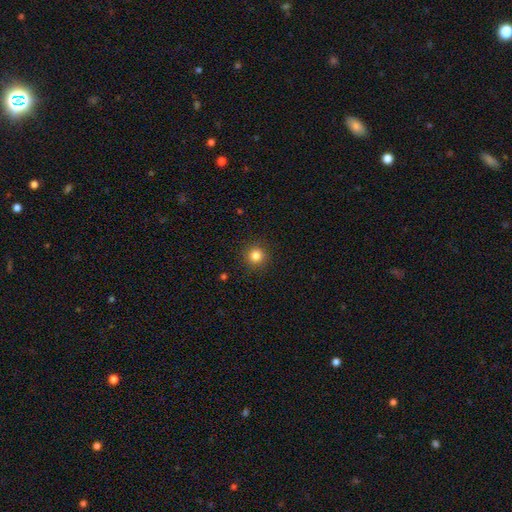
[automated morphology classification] Smooth or featured? smooth (84%)
How rounded? round (94%)
Merging? none (90%)